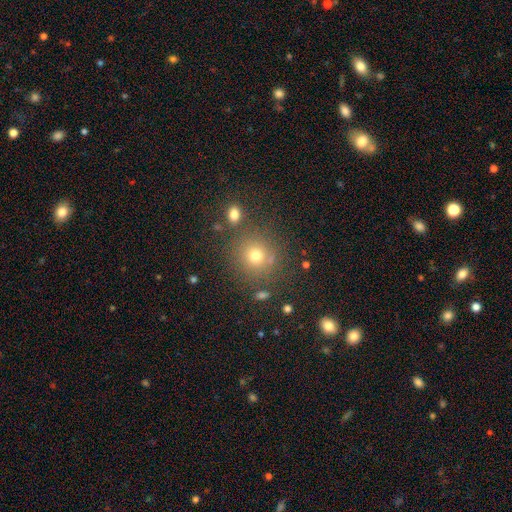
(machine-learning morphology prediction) smooth-or-featured: smooth: 71% | star or artifact: 19% | featured or disk: 10%
  how-rounded: round: 91% | in between: 8% | cigar-shaped: 1%
  merging: none: 79% | minor disturbance: 10% | merger: 7% | major disturbance: 4%